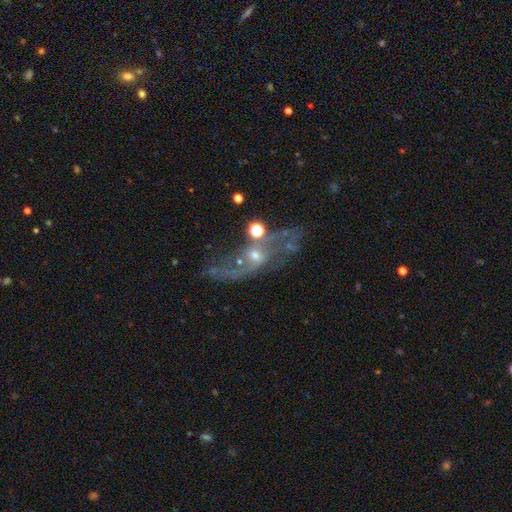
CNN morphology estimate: type=featured or disk (69%); edge-on=no (90%); bar=no (69%); spiral arms=yes (70%); bulge=small (54%); merging=none (40%).